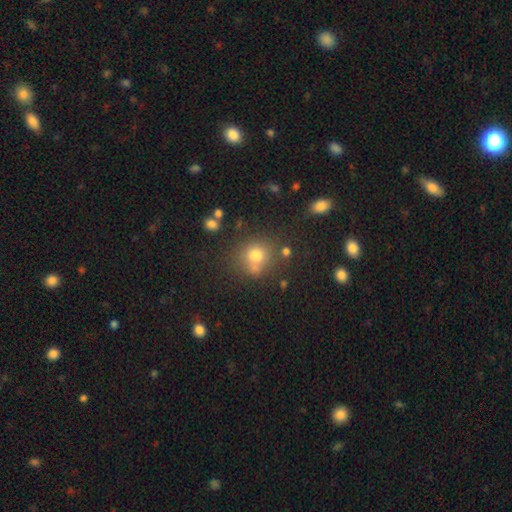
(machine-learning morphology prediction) Smooth or featured? smooth (71%)
How rounded? round (81%)
Merging? none (63%)